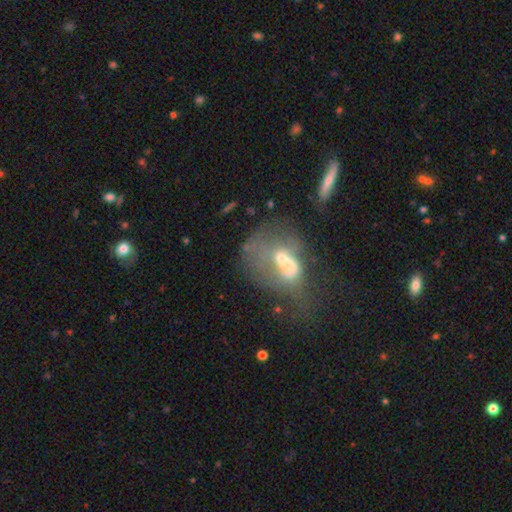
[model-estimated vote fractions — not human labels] This appears to be a featured or disk galaxy (48%). Merging: major disturbance (37%).